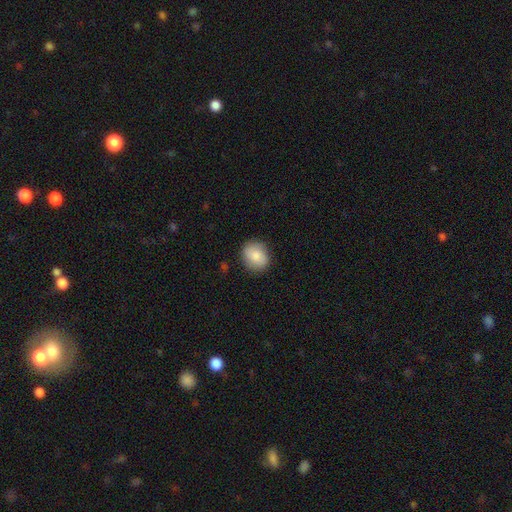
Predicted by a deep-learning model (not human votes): Smooth or featured? smooth (82%)
How rounded? round (64%)
Merging? none (85%)